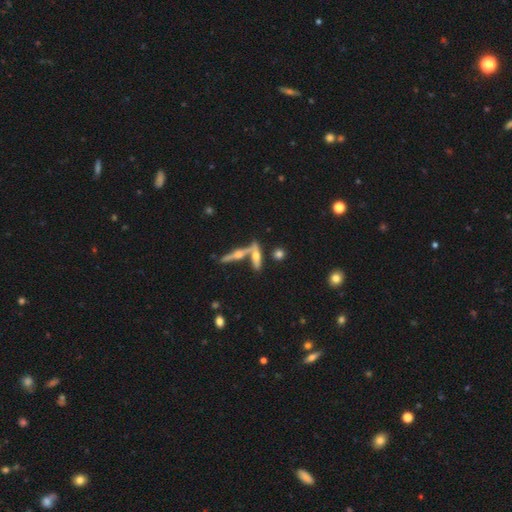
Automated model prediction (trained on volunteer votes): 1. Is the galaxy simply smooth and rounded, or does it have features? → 54% featured or disk, 36% smooth, 10% star or artifact.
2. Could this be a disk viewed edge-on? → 90% yes, 10% no.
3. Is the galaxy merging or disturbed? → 56% none, 31% merger, 10% minor disturbance, 4% major disturbance.